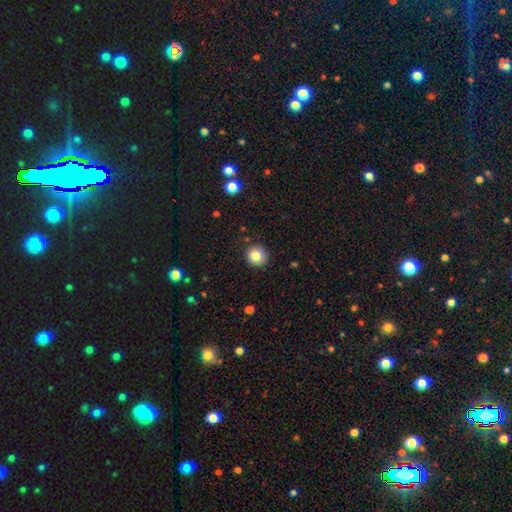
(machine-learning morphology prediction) smooth 84%, star or artifact 10%, featured or disk 6%. Down the decision tree: how rounded — round (91%); merging — none (88%).